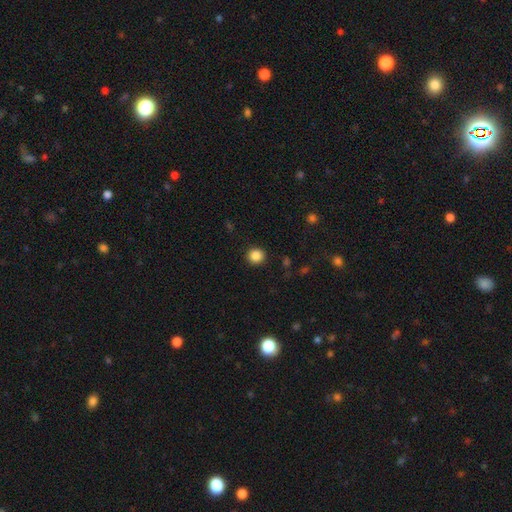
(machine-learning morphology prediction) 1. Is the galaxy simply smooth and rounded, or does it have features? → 86% smooth, 11% star or artifact, 3% featured or disk.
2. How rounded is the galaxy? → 94% round, 5% in between, 1% cigar-shaped.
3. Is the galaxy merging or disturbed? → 92% none, 5% minor disturbance, 2% major disturbance, 1% merger.